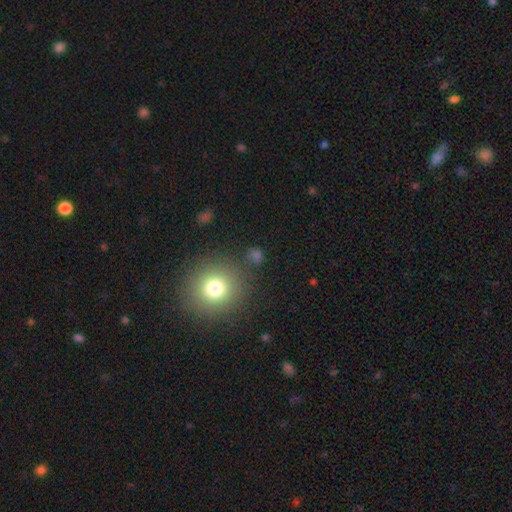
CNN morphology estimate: Overall: smooth (68%). How rounded: round (83%). Merging: none (79%).